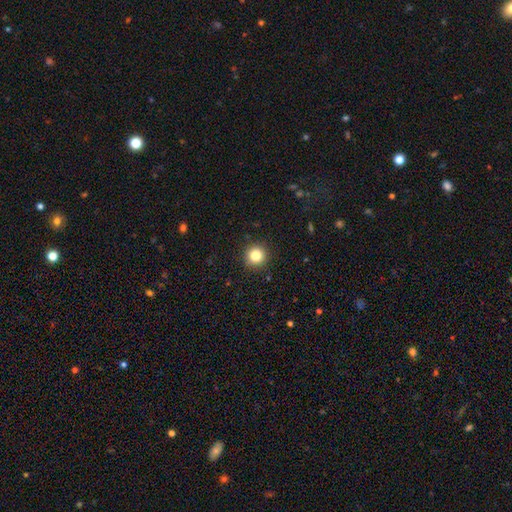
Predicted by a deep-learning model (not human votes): A smooth galaxy with no disk features (83%) that is round (95%).

Vote fractions:
- Smooth or featured? smooth: 83% / star or artifact: 11% / featured or disk: 6%
- How rounded? round: 95% / in between: 4% / cigar-shaped: 1%
- Merging? none: 92% / minor disturbance: 5% / major disturbance: 2% / merger: 1%